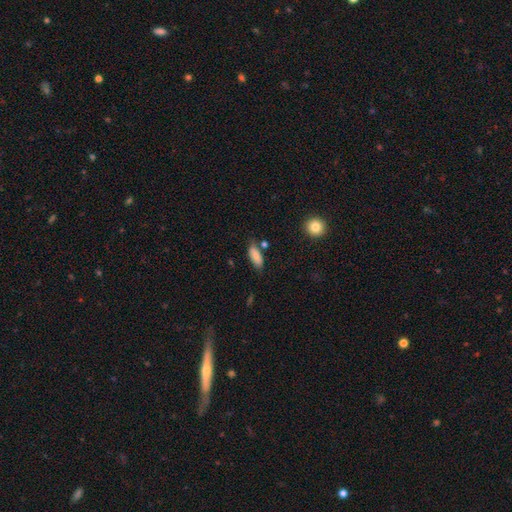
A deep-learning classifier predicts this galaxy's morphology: smooth-or-featured: smooth: 79% | featured or disk: 13% | star or artifact: 8%
  how-rounded: in between: 80% | cigar-shaped: 18% | round: 3%
  merging: none: 69% | minor disturbance: 20% | merger: 7% | major disturbance: 4%